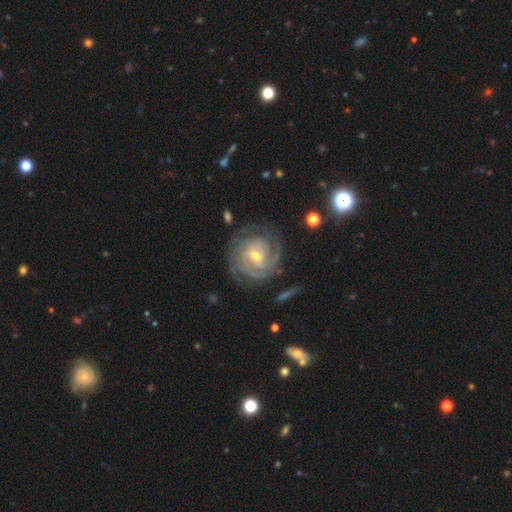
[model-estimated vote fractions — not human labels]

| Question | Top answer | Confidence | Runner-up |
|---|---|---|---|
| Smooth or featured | featured or disk | 90% | smooth (5%) |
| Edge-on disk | no | 98% | yes (2%) |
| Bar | weak | 51% | no (30%) |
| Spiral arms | yes | 98% | no (2%) |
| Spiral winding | tight | 77% | medium (20%) |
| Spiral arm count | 3 | 30% | 4 (24%) |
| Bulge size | small | 51% | moderate (46%) |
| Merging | none | 78% | minor disturbance (15%) |